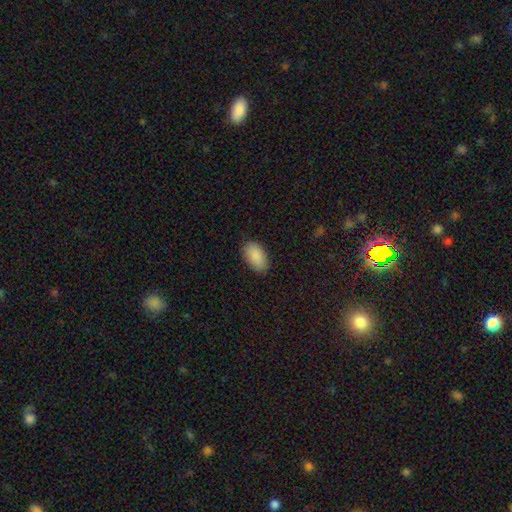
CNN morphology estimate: Smooth or featured? Predicted: smooth (p=0.89). How rounded? Predicted: in between (p=0.95). Merging? Predicted: none (p=0.86).